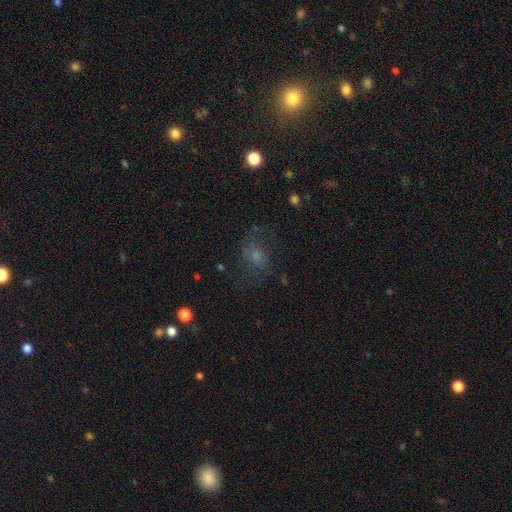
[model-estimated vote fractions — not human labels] A smooth galaxy with no disk features (38%). Merging: none (60%).